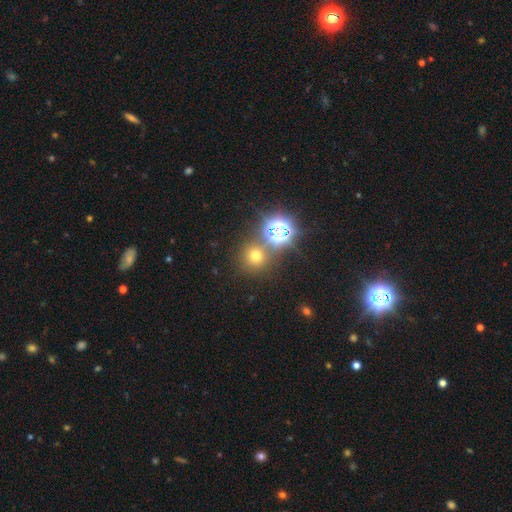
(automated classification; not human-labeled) Smooth or featured? Predicted: smooth (p=0.56). How rounded? Predicted: round (p=0.91). Merging? Predicted: none (p=0.75).